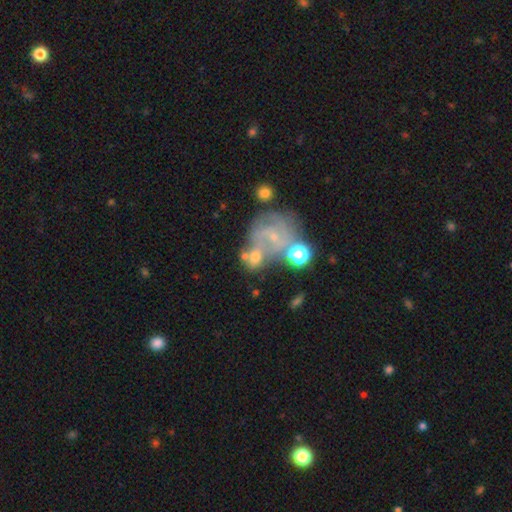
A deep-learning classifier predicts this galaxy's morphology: Smooth or featured?
  - featured or disk: 62% *
  - smooth: 23%
  - star or artifact: 16%
Edge-on disk?
  - no: 98% *
  - yes: 2%
Bar?
  - no: 66% *
  - weak: 27%
  - strong: 7%
Spiral arms?
  - yes: 74% *
  - no: 26%
Bulge size?
  - small: 70% *
  - moderate: 16%
  - none: 12%
  - large: 2%
  - dominant: 1%
Merging?
  - none: 37% *
  - merger: 29%
  - major disturbance: 17%
  - minor disturbance: 17%